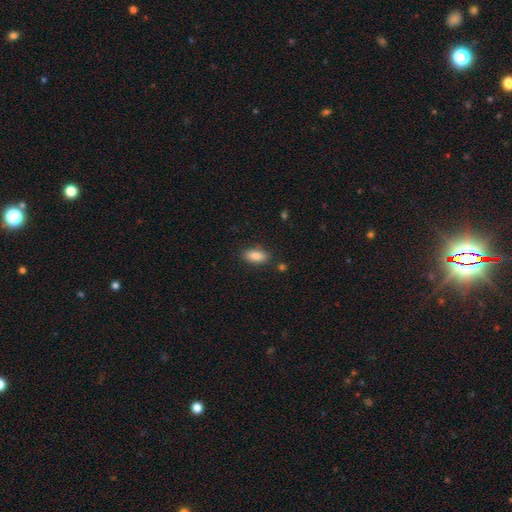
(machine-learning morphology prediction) smooth-or-featured: smooth: 85% | star or artifact: 7% | featured or disk: 7%
  how-rounded: in between: 86% | cigar-shaped: 11% | round: 3%
  merging: none: 84% | minor disturbance: 11% | major disturbance: 3% | merger: 2%